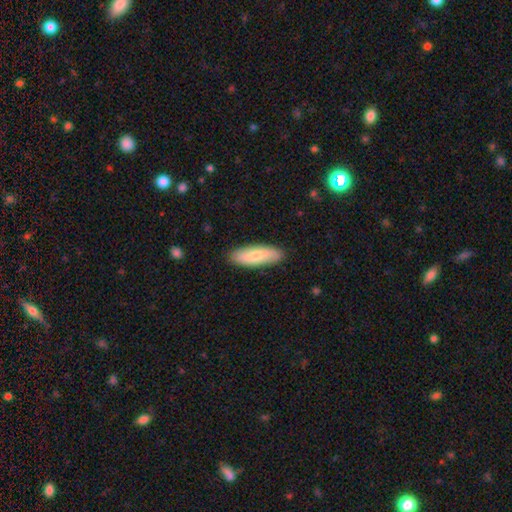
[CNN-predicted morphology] smooth-or-featured: smooth: 72% | featured or disk: 23% | star or artifact: 5%
  how-rounded: in between: 61% | cigar-shaped: 37% | round: 2%
  merging: none: 89% | minor disturbance: 9% | major disturbance: 2% | merger: 1%